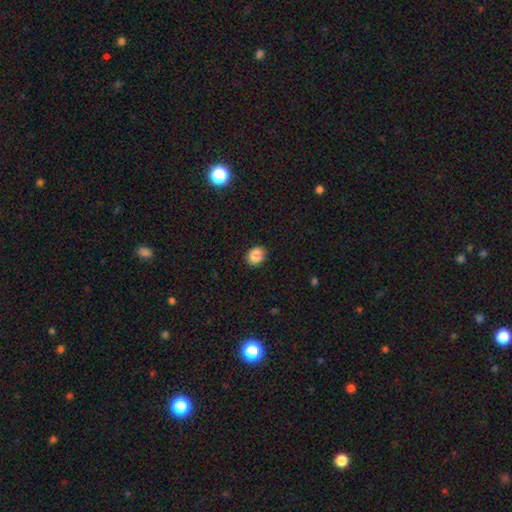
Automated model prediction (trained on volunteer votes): A smooth galaxy with no disk features (88%) that is round (58%).

Vote fractions:
- Smooth or featured? smooth: 88% / star or artifact: 9% / featured or disk: 3%
- How rounded? round: 58% / in between: 41% / cigar-shaped: 1%
- Merging? none: 85% / minor disturbance: 11% / major disturbance: 2% / merger: 1%